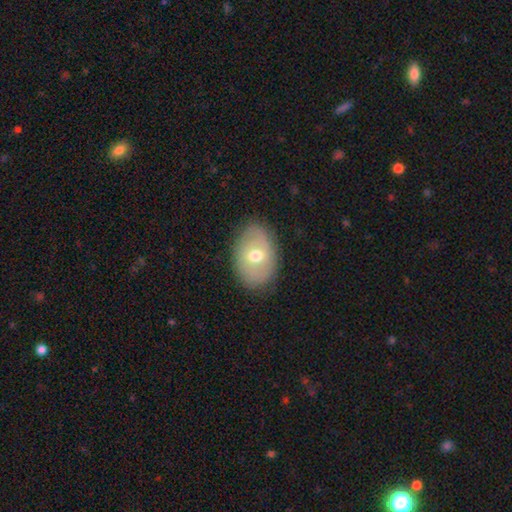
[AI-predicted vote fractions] This appears to be a smooth galaxy with no disk features (51%) that is in between round and cigar-shaped (80%). Merging: none (85%).